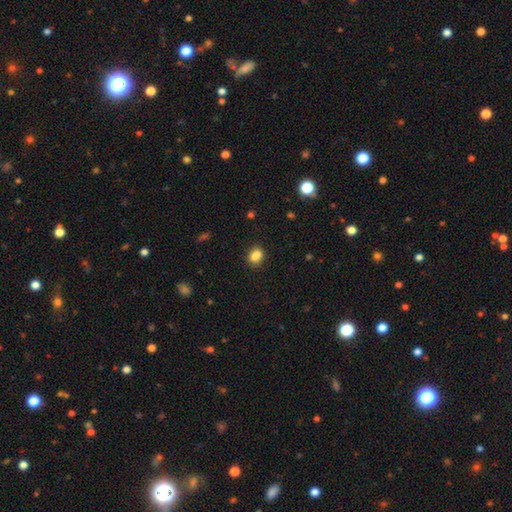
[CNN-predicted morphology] The model was most divided on "how rounded" (2-way tie): in between: 49%, round: 49%, cigar-shaped: 1%. More confident: smooth or featured — smooth (83%); merging — none (65%).